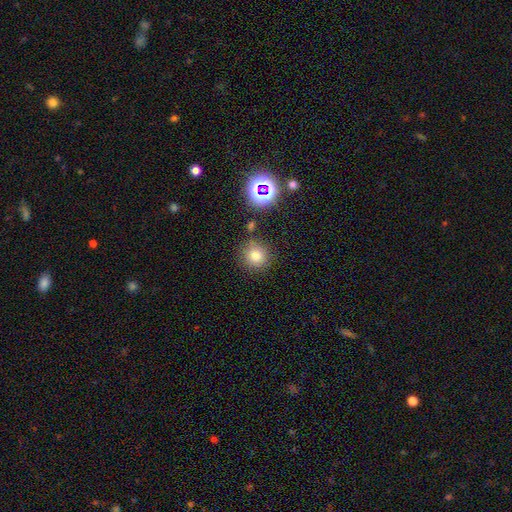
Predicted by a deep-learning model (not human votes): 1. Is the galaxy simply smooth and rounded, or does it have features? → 76% smooth, 17% star or artifact, 8% featured or disk.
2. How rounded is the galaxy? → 92% round, 7% in between, 1% cigar-shaped.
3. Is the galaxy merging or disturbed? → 81% none, 9% minor disturbance, 6% merger, 3% major disturbance.